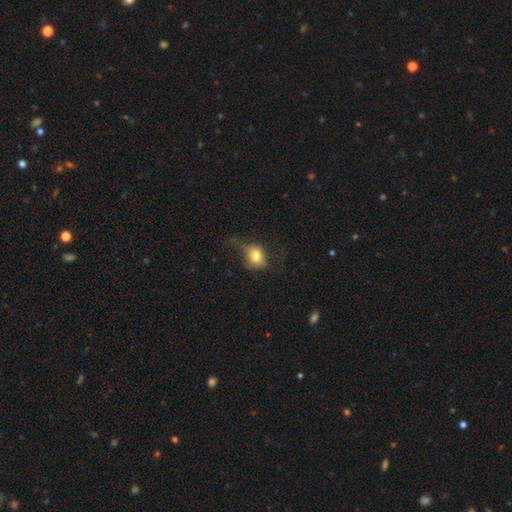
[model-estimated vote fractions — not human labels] Smooth or featured? smooth (72%)
How rounded? round (57%)
Merging? none (49%)